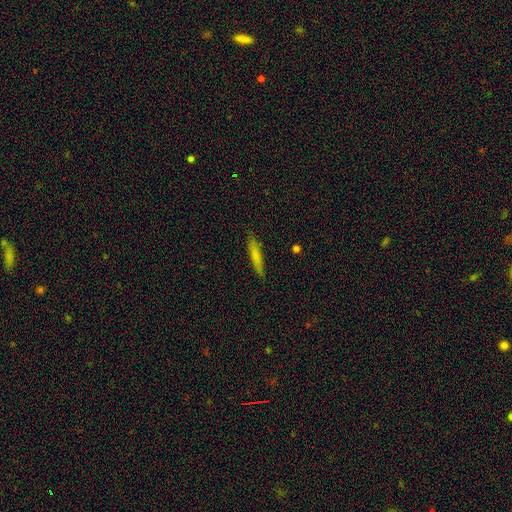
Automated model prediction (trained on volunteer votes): Smooth or featured? Predicted: smooth (p=0.71). How rounded? Predicted: cigar-shaped (p=0.91). Merging? Predicted: none (p=0.86).